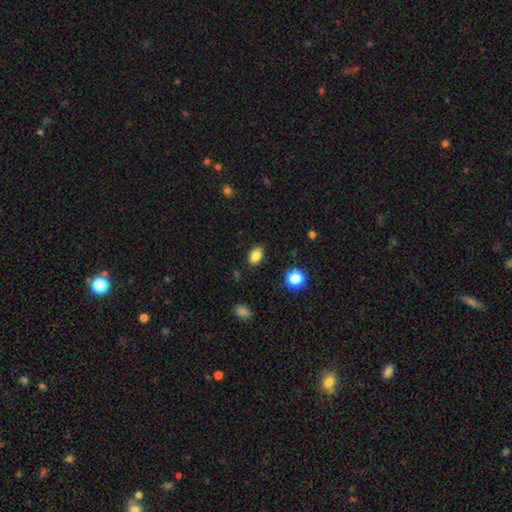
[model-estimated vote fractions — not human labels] Smooth or featured? Predicted: smooth (p=0.84). How rounded? Predicted: in between (p=0.85). Merging? Predicted: none (p=0.87).